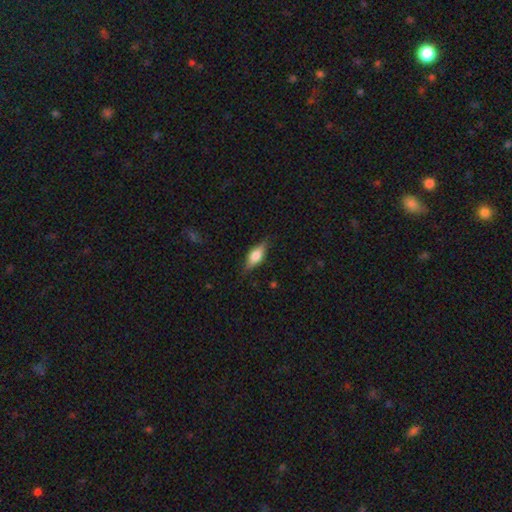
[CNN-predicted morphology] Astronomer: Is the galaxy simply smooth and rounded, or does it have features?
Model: smooth — 61%.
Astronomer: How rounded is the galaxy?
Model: in between — 74%.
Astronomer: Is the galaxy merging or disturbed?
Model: none — 82%.